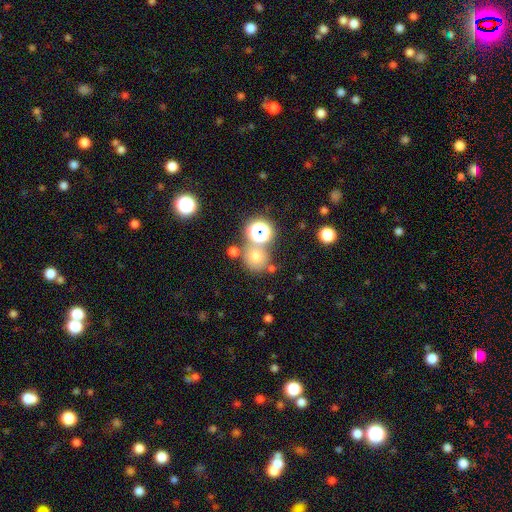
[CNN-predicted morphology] Smooth or featured?
  - smooth: 65% *
  - star or artifact: 24%
  - featured or disk: 11%
How rounded?
  - round: 85% *
  - in between: 14%
  - cigar-shaped: 1%
Merging?
  - none: 65% *
  - merger: 21%
  - minor disturbance: 10%
  - major disturbance: 5%